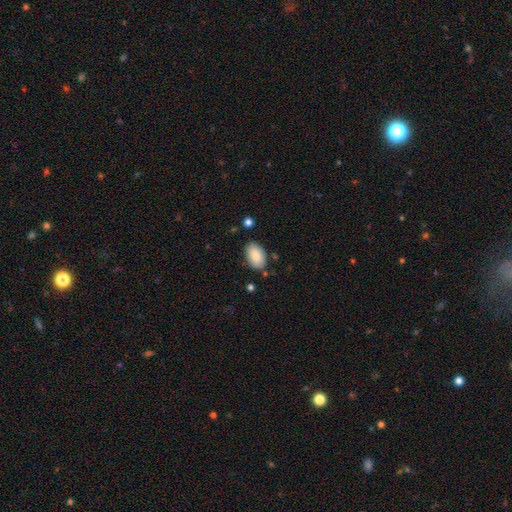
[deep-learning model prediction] Smooth or featured: smooth — 86% (featured or disk — 8%)
How rounded: in between — 93% (round — 5%)
Merging: none — 81% (minor disturbance — 14%)